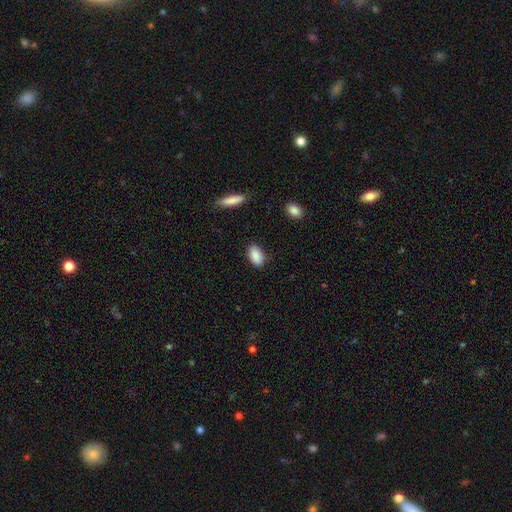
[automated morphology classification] smooth 89%, star or artifact 7%, featured or disk 4%. Down the decision tree: how rounded — in between (92%); merging — none (84%).